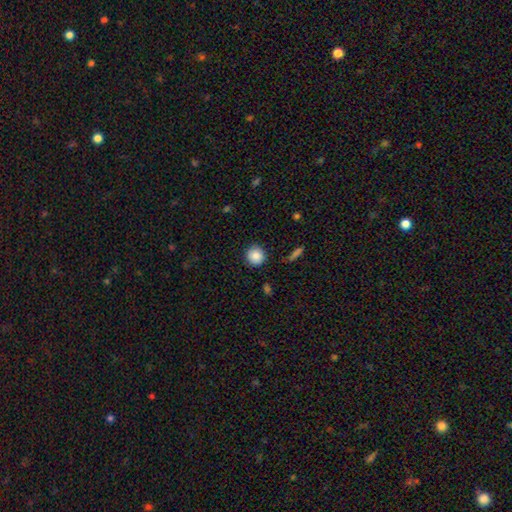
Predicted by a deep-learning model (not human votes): This appears to be a smooth galaxy with no disk features (86%) that is round (92%). Merging: none (89%).